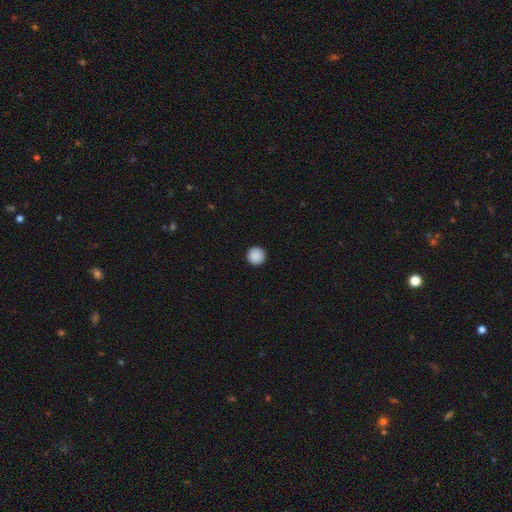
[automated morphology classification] Smooth or featured? Predicted: smooth (p=0.90). How rounded? Predicted: round (p=0.97). Merging? Predicted: none (p=0.94).